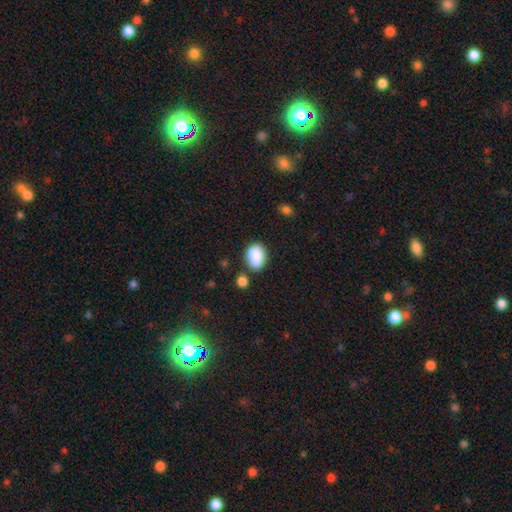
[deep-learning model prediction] smooth_or_featured: smooth (p=0.87) [alt: star or artifact p=0.08]
how_rounded: in between (p=0.78) [alt: round p=0.21]
merging: none (p=0.66) [alt: minor disturbance p=0.20]